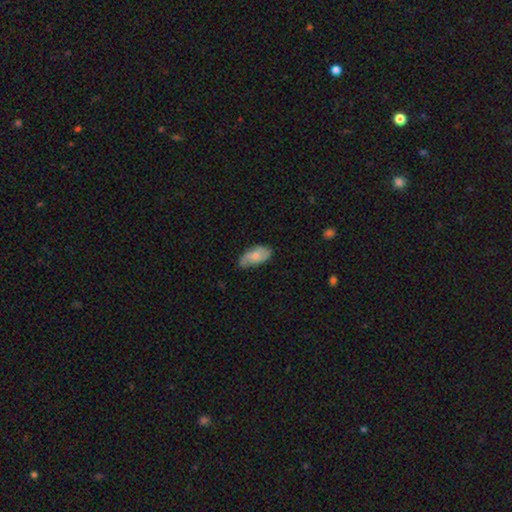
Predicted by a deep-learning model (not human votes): Smooth or featured?
  - smooth: 58% *
  - featured or disk: 35%
  - star or artifact: 6%
How rounded?
  - in between: 92% *
  - cigar-shaped: 5%
  - round: 3%
Merging?
  - none: 67% *
  - minor disturbance: 26%
  - major disturbance: 6%
  - merger: 1%